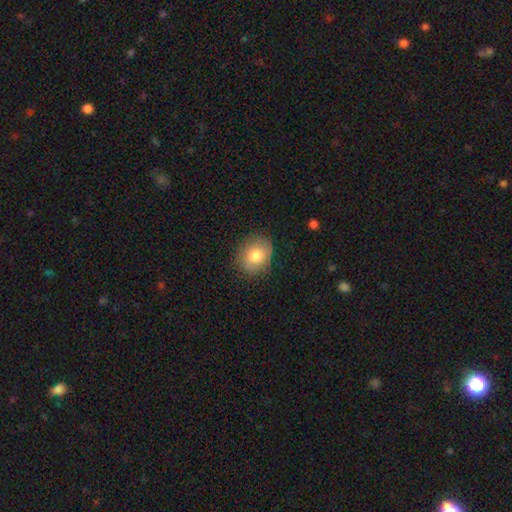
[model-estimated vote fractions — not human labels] A smooth galaxy with no disk features (79%) that is round (60%).

Vote fractions:
- Smooth or featured? smooth: 79% / featured or disk: 13% / star or artifact: 8%
- How rounded? round: 60% / in between: 39% / cigar-shaped: 1%
- Merging? none: 79% / minor disturbance: 16% / major disturbance: 4% / merger: 1%